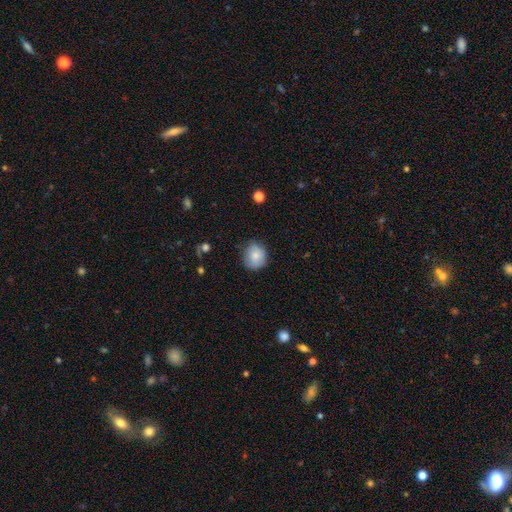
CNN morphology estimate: This is clearly a smooth galaxy (80%). How rounded: likely round (74%). Merging: likely none (72%).